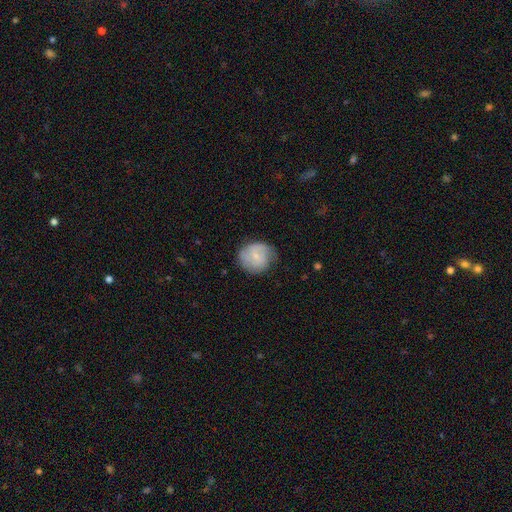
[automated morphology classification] Smooth or featured: smooth — 56% (featured or disk — 37%)
How rounded: round — 83% (in between — 16%)
Merging: none — 64% (minor disturbance — 26%)